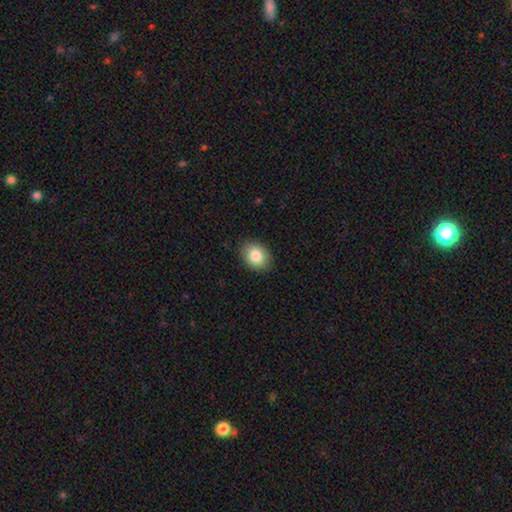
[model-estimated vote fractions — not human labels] Smooth or featured? smooth (84%)
How rounded? in between (65%)
Merging? none (89%)